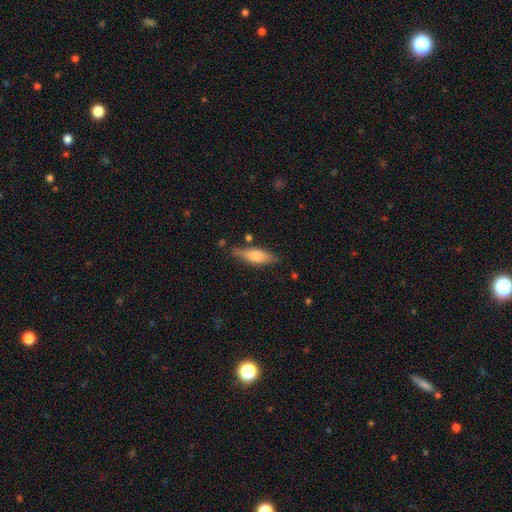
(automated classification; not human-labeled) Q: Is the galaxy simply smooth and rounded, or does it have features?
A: smooth — 66%.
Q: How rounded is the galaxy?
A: in between — 52%.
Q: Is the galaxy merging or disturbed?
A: none — 70%.